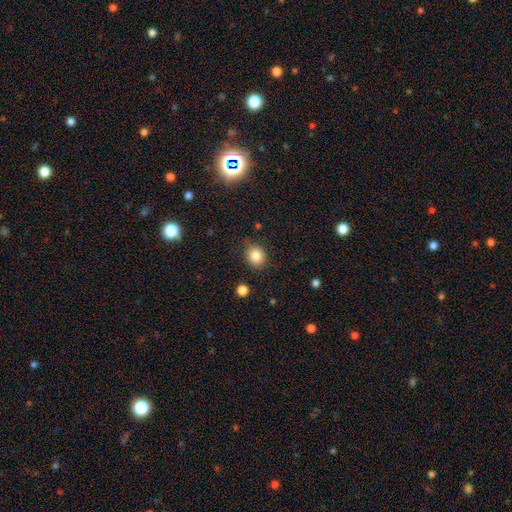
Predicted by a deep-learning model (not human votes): Smooth or featured?
  - smooth: 84% *
  - star or artifact: 10%
  - featured or disk: 6%
How rounded?
  - round: 72% *
  - in between: 27%
  - cigar-shaped: 1%
Merging?
  - none: 81% *
  - minor disturbance: 13%
  - major disturbance: 3%
  - merger: 2%